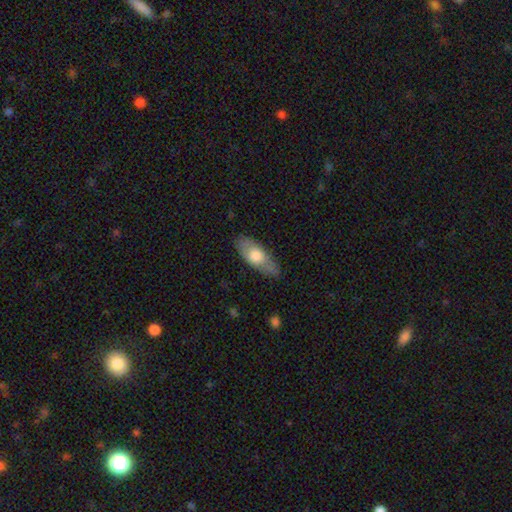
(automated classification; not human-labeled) Smooth or featured?
  - smooth: 64% *
  - featured or disk: 31%
  - star or artifact: 6%
How rounded?
  - in between: 76% *
  - cigar-shaped: 21%
  - round: 3%
Merging?
  - none: 78% *
  - minor disturbance: 17%
  - major disturbance: 4%
  - merger: 1%